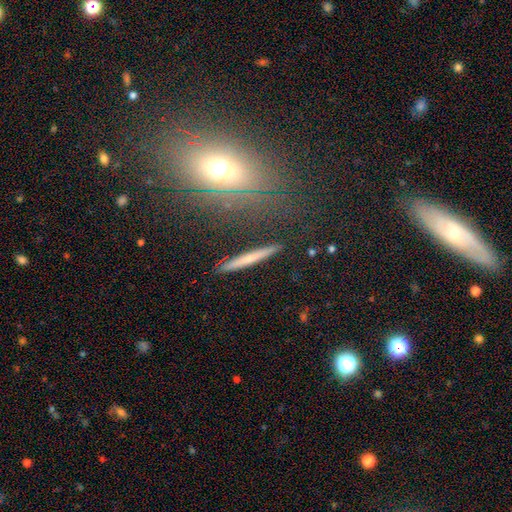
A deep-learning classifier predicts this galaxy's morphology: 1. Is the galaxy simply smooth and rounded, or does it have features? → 45% featured or disk, 42% smooth, 13% star or artifact.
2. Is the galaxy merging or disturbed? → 88% none, 8% minor disturbance, 2% major disturbance, 2% merger.